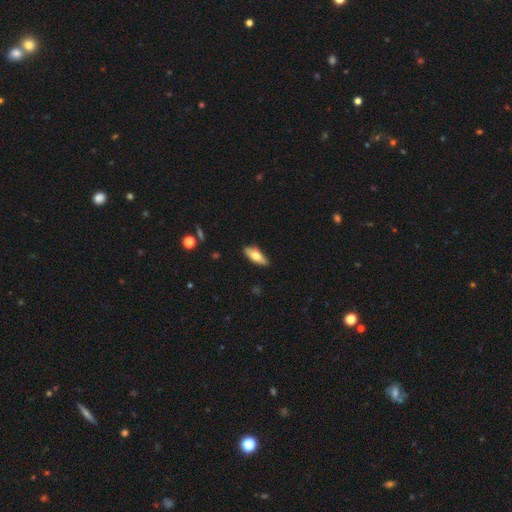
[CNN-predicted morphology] type=smooth (72%); roundness=in between (75%); merging=none (85%).